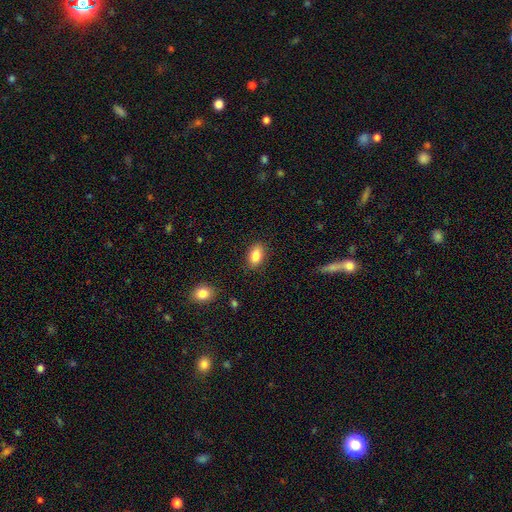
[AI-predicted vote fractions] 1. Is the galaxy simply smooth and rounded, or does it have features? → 85% smooth, 8% star or artifact, 7% featured or disk.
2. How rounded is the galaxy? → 89% in between, 8% round, 3% cigar-shaped.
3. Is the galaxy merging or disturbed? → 86% none, 10% minor disturbance, 3% major disturbance, 1% merger.